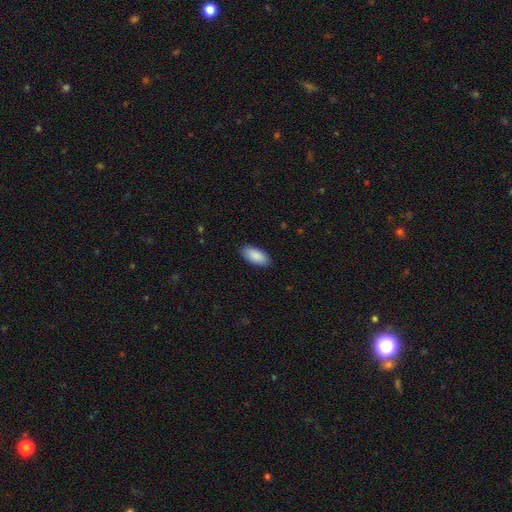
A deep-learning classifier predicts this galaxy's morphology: smooth 89%, star or artifact 6%, featured or disk 5%. Down the decision tree: how rounded — in between (92%); merging — none (88%).